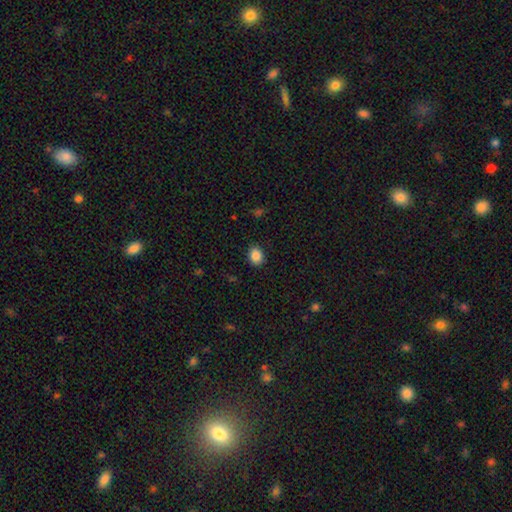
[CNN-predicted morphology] smooth-or-featured: smooth: 87% | star or artifact: 9% | featured or disk: 4%
  how-rounded: in between: 51% | round: 48% | cigar-shaped: 1%
  merging: none: 88% | minor disturbance: 9% | major disturbance: 2% | merger: 1%